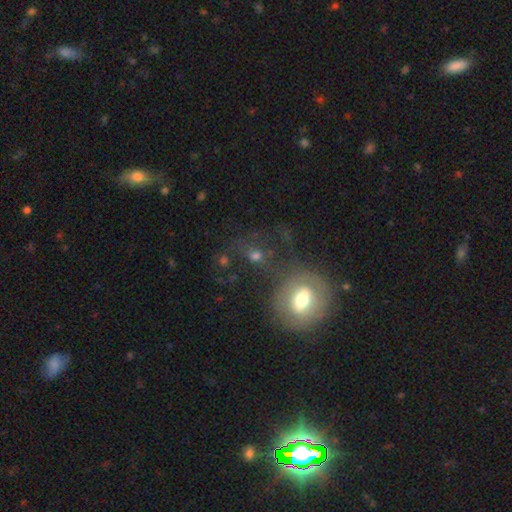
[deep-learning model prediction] Smooth or featured?
  - smooth: 49% *
  - featured or disk: 31%
  - star or artifact: 20%
Merging?
  - none: 49% *
  - merger: 19%
  - major disturbance: 17%
  - minor disturbance: 15%